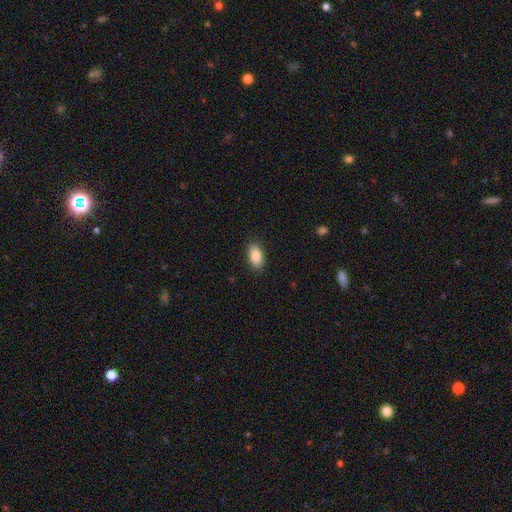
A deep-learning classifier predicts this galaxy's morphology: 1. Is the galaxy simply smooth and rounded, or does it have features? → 86% smooth, 7% star or artifact, 7% featured or disk.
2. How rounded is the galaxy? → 91% in between, 5% round, 4% cigar-shaped.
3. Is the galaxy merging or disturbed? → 87% none, 10% minor disturbance, 2% major disturbance, 1% merger.